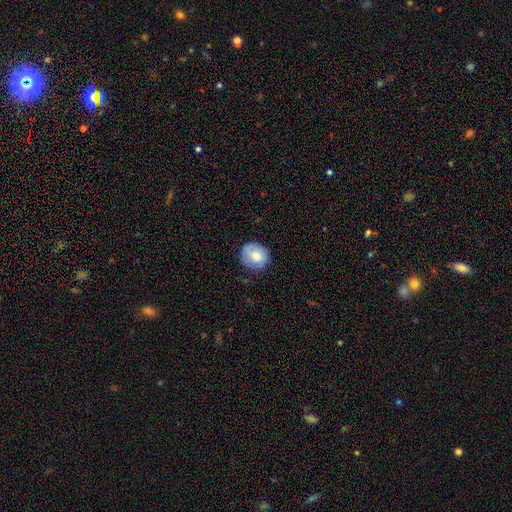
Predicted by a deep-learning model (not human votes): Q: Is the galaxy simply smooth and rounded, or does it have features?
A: smooth — 77%.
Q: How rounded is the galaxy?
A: round — 72%.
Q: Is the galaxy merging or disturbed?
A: none — 75%.